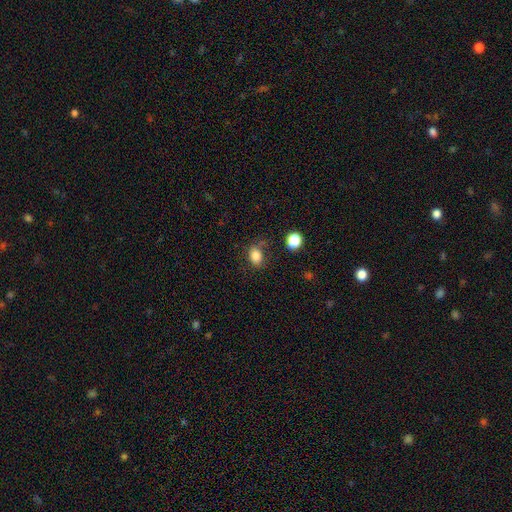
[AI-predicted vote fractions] This appears to be a smooth galaxy with no disk features (83%) that is in between round and cigar-shaped (68%). Merging: none (67%).